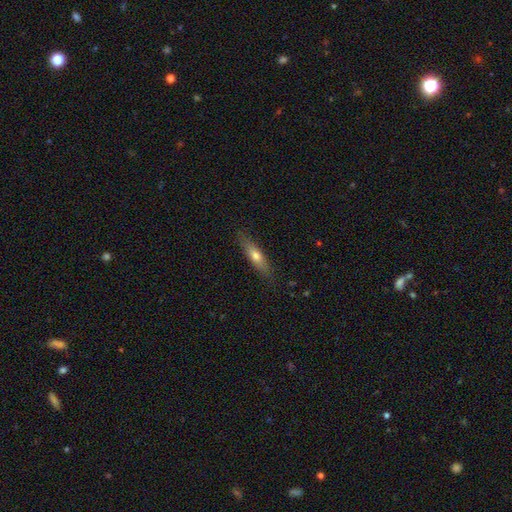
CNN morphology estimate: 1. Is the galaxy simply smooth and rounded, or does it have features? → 63% smooth, 30% featured or disk, 6% star or artifact.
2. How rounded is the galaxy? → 65% cigar-shaped, 32% in between, 2% round.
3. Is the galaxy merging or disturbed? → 84% none, 12% minor disturbance, 3% major disturbance, 1% merger.